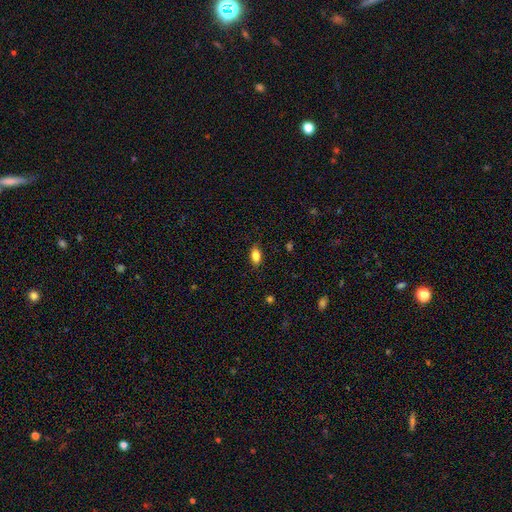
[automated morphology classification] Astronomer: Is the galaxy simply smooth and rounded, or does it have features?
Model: smooth — 84%.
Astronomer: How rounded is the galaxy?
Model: in between — 87%.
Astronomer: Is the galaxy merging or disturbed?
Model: none — 85%.